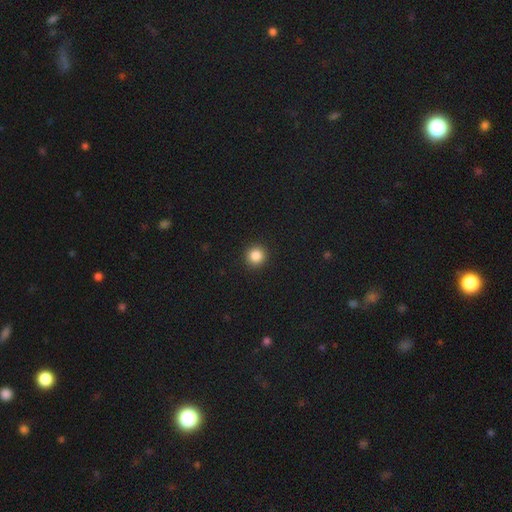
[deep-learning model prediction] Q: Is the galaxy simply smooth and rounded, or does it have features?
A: smooth — 85%.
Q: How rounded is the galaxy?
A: round — 93%.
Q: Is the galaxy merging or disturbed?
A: none — 93%.